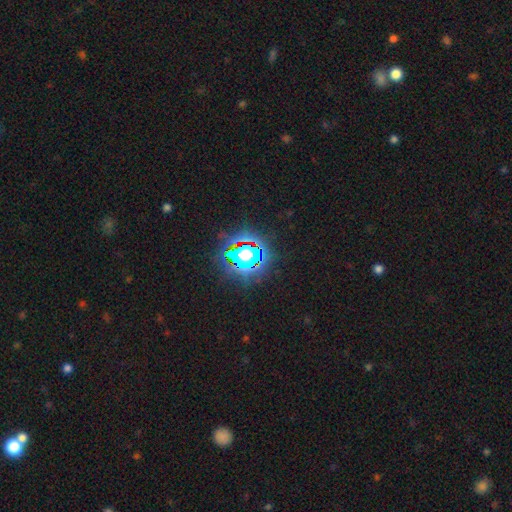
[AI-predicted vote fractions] Smooth or featured? Predicted: star or artifact (p=0.82).